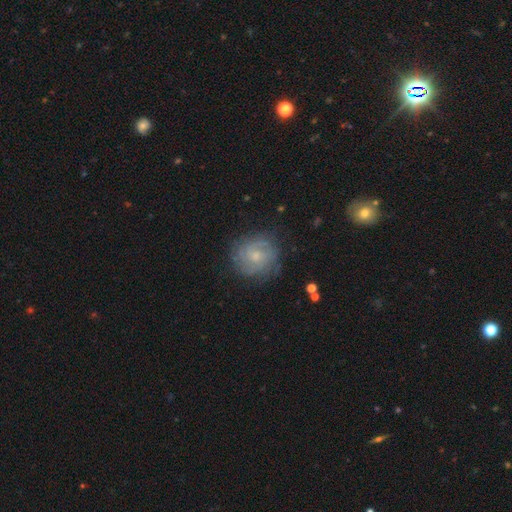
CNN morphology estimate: A featured or disk galaxy (62%) with no bar (70%), tight (58%) spiral arms (84%) and a small central bulge (52%). Merging: none (77%).